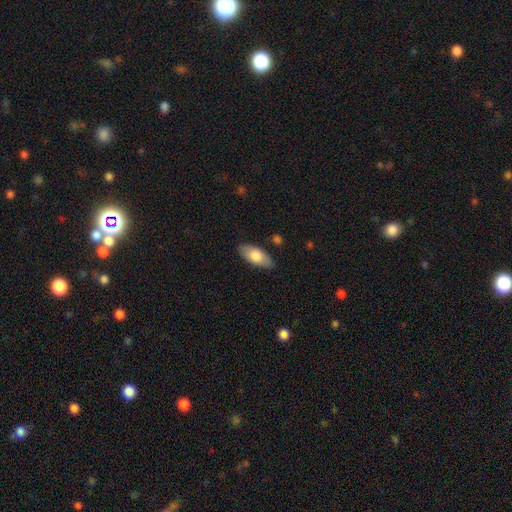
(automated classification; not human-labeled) smooth-or-featured: smooth: 75% | featured or disk: 20% | star or artifact: 6%
  how-rounded: in between: 87% | cigar-shaped: 11% | round: 2%
  merging: none: 86% | minor disturbance: 10% | major disturbance: 2% | merger: 1%